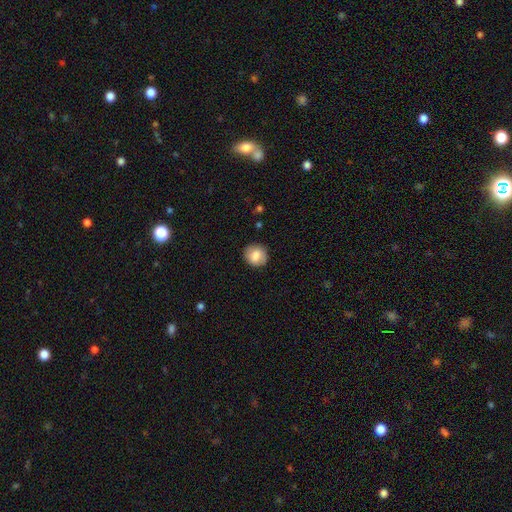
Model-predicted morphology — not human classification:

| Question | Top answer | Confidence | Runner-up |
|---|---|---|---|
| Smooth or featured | smooth | 78% | featured or disk (14%) |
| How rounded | round | 84% | in between (15%) |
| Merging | none | 85% | minor disturbance (11%) |